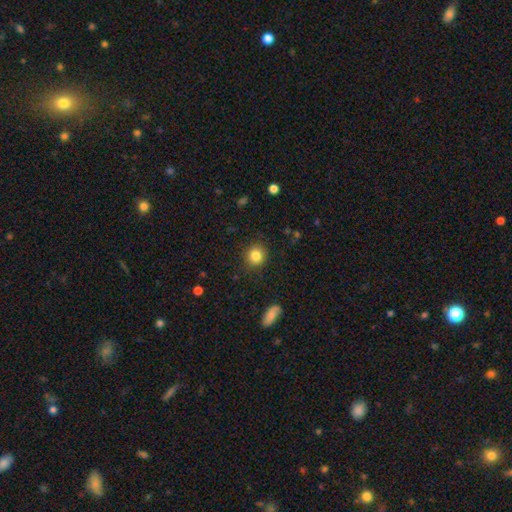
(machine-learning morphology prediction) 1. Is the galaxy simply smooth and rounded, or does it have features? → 84% smooth, 10% star or artifact, 6% featured or disk.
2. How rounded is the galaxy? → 85% round, 14% in between, 1% cigar-shaped.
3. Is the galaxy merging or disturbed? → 88% none, 8% minor disturbance, 3% major disturbance, 1% merger.